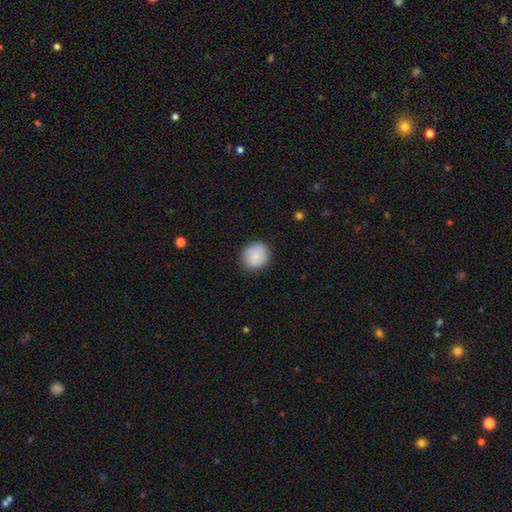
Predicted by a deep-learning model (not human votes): A smooth galaxy with no disk features (88%) that is round (84%). Merging: none (85%).